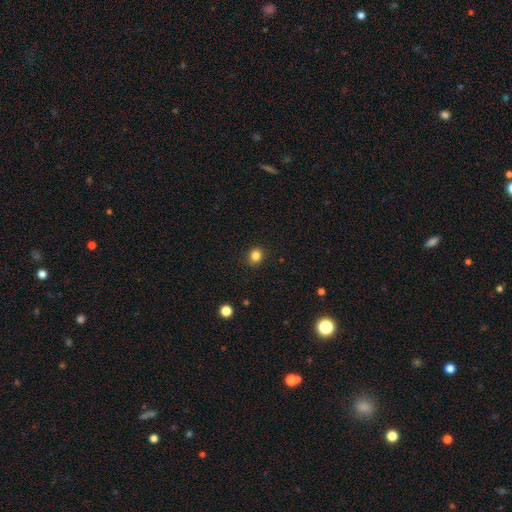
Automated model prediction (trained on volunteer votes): Smooth or featured? Predicted: smooth (p=0.84). How rounded? Predicted: round (p=0.77). Merging? Predicted: none (p=0.86).